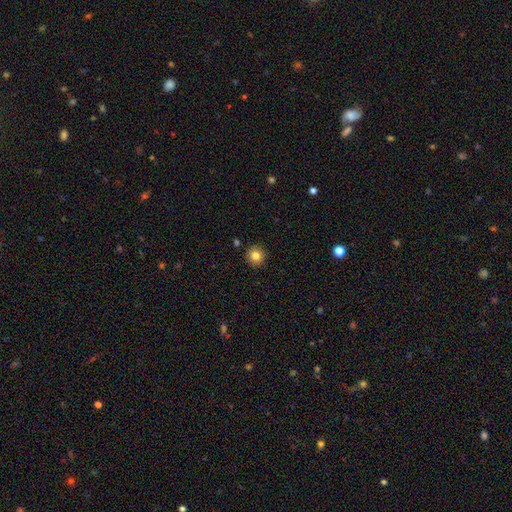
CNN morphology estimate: Q: Smooth or featured?
A: smooth (81%); runner-up: star or artifact (11%)
Q: How rounded?
A: round (94%); runner-up: in between (5%)
Q: Merging?
A: none (92%); runner-up: minor disturbance (5%)